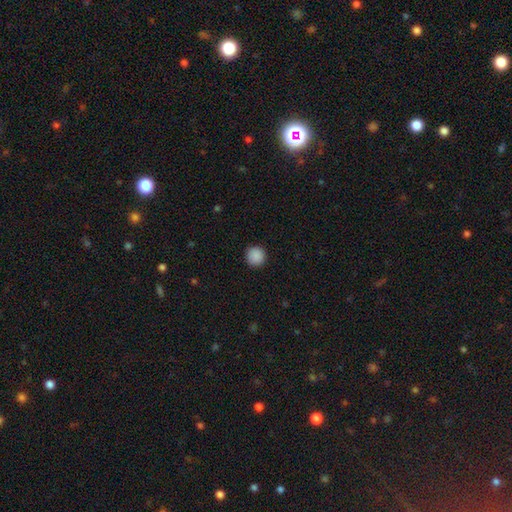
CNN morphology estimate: Overall: smooth (89%). How rounded: round (95%). Merging: none (92%).